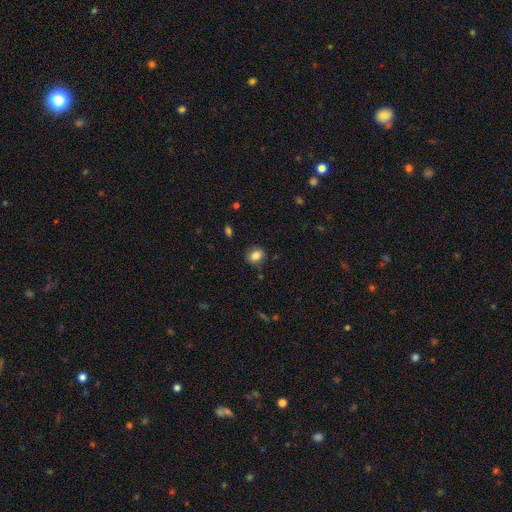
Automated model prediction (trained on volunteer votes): Q: Smooth or featured?
A: smooth (82%); runner-up: star or artifact (10%)
Q: How rounded?
A: in between (50%); runner-up: round (49%)
Q: Merging?
A: none (85%); runner-up: minor disturbance (11%)